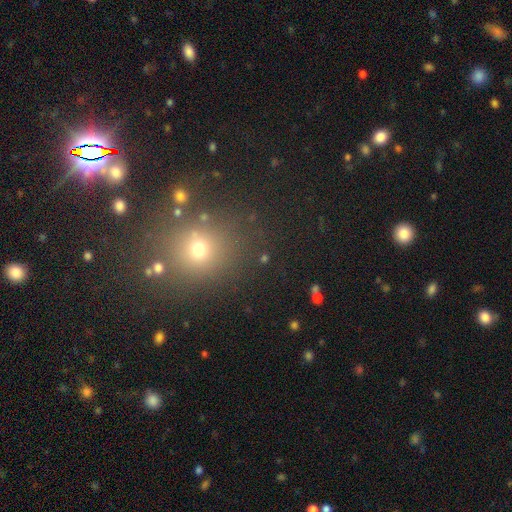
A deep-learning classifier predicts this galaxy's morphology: Smooth or featured? Predicted: smooth (p=0.49). Merging? Predicted: none (p=0.83).